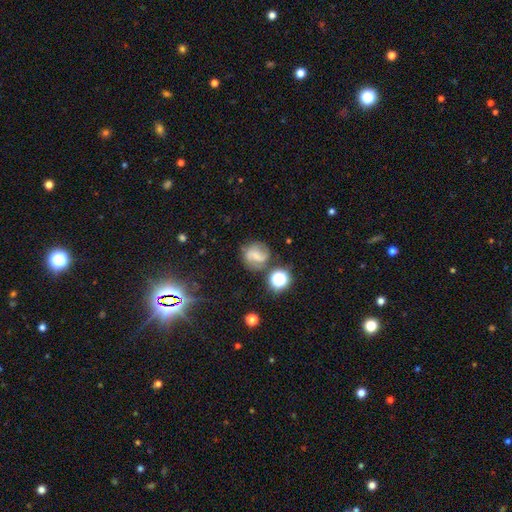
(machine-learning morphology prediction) smooth_or_featured: featured or disk (p=0.49) [alt: smooth p=0.36]
merging: none (p=0.65) [alt: minor disturbance p=0.17]